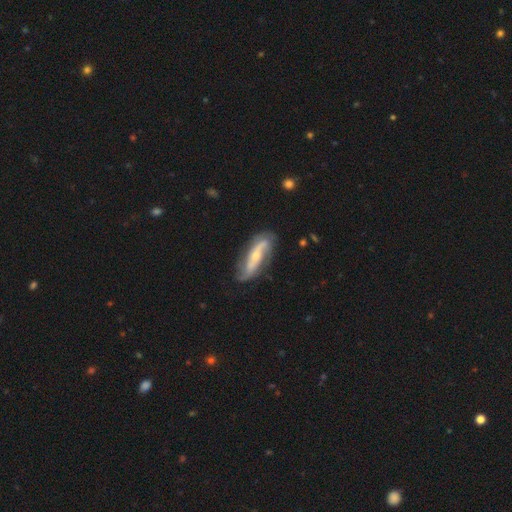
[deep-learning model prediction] smooth_or_featured: featured or disk (p=0.78) [alt: smooth p=0.17]
disk_edge_on: no (p=0.82) [alt: yes p=0.18]
bar: no (p=0.39) [alt: strong p=0.34]
has_spiral_arms: yes (p=0.91) [alt: no p=0.09]
spiral_winding: loose (p=0.56) [alt: medium p=0.28]
spiral_arm_count: 2 (p=0.86) [alt: can't tell p=0.07]
bulge_size: small (p=0.58) [alt: moderate p=0.37]
merging: none (p=0.73) [alt: minor disturbance p=0.19]